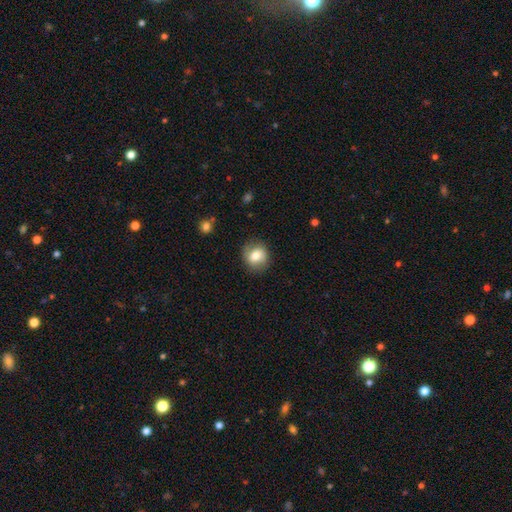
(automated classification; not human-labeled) Smooth or featured: smooth — 73% (featured or disk — 19%)
How rounded: round — 76% (in between — 23%)
Merging: none — 83% (minor disturbance — 12%)